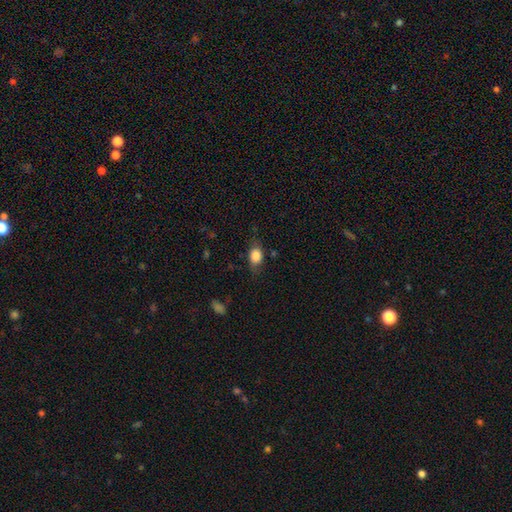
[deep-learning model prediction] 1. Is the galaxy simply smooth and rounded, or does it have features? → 83% smooth, 9% featured or disk, 8% star or artifact.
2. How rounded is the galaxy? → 73% in between, 24% round, 3% cigar-shaped.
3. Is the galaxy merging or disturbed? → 71% none, 22% minor disturbance, 6% major disturbance, 1% merger.